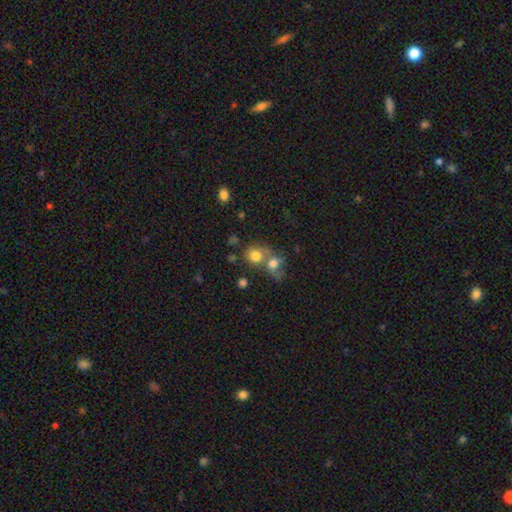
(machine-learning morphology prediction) This appears to be a smooth galaxy with no disk features (74%) that is round (78%). Merging: merger (52%).